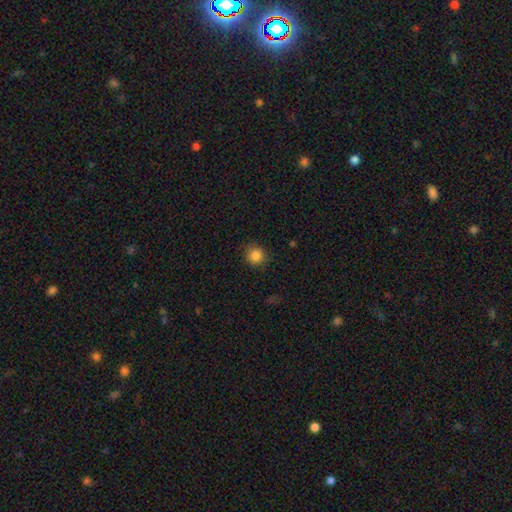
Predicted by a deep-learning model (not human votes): smooth 85%, star or artifact 11%, featured or disk 4%. Down the decision tree: how rounded — round (91%); merging — none (87%).